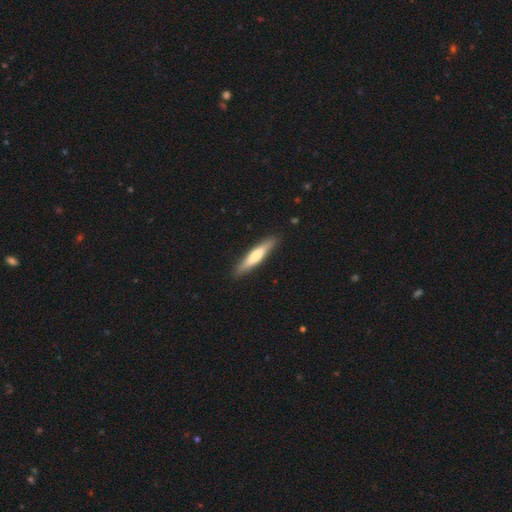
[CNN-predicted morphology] Smooth or featured?
  - smooth: 61% *
  - featured or disk: 34%
  - star or artifact: 5%
How rounded?
  - cigar-shaped: 88% *
  - in between: 11%
  - round: 1%
Merging?
  - none: 89% *
  - minor disturbance: 9%
  - major disturbance: 2%
  - merger: 1%